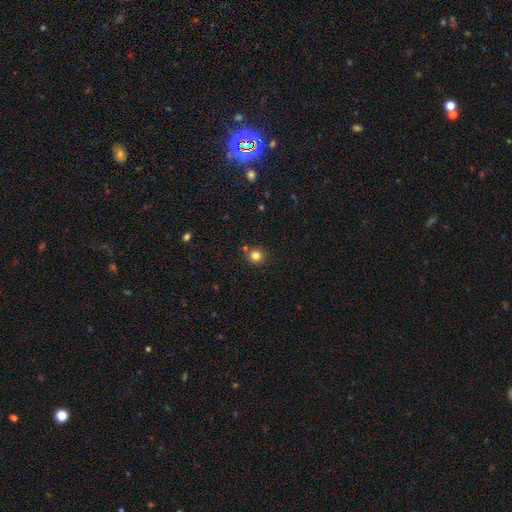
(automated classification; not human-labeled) smooth_or_featured: smooth (p=0.82) [alt: star or artifact p=0.13]
how_rounded: round (p=0.91) [alt: in between p=0.08]
merging: none (p=0.82) [alt: minor disturbance p=0.08]